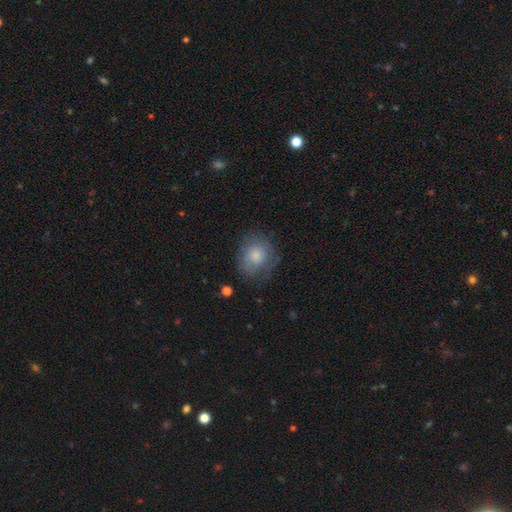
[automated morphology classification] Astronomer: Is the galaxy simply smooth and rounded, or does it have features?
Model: smooth — 66%.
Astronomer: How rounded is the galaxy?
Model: round — 69%.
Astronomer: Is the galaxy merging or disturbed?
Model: none — 65%.